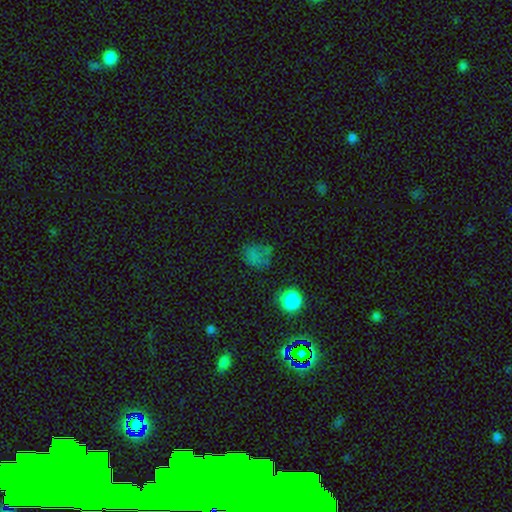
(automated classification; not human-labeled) Smooth or featured? smooth (65%)
How rounded? round (69%)
Merging? none (52%)